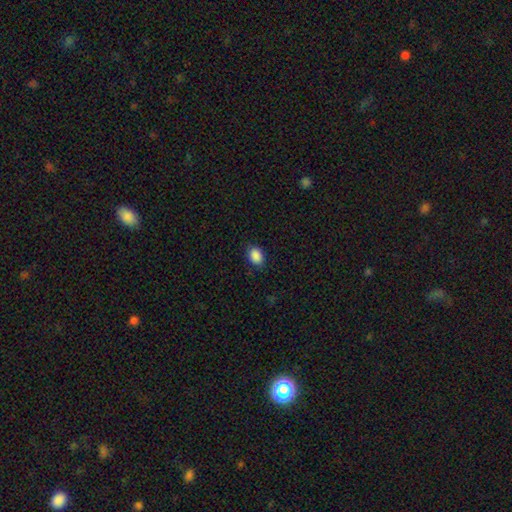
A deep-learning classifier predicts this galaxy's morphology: A smooth galaxy with no disk features (89%) that is in between round and cigar-shaped (74%). Merging: none (86%).